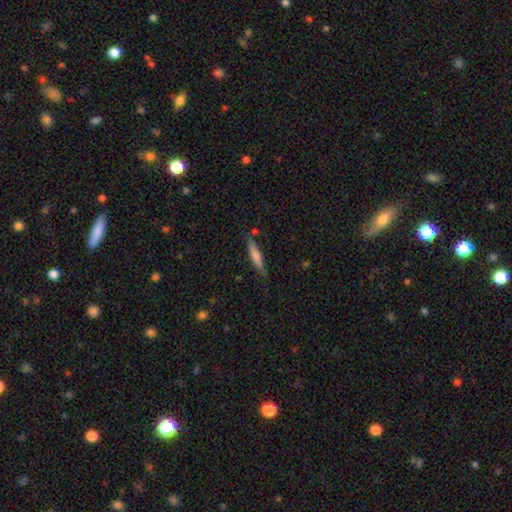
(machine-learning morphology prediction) Smooth or featured? smooth (58%)
How rounded? cigar-shaped (88%)
Merging? none (76%)